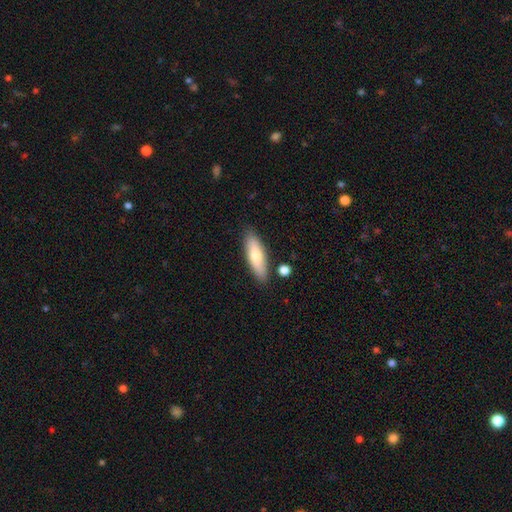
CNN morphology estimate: type=smooth (68%); roundness=cigar-shaped (50%); merging=none (83%).